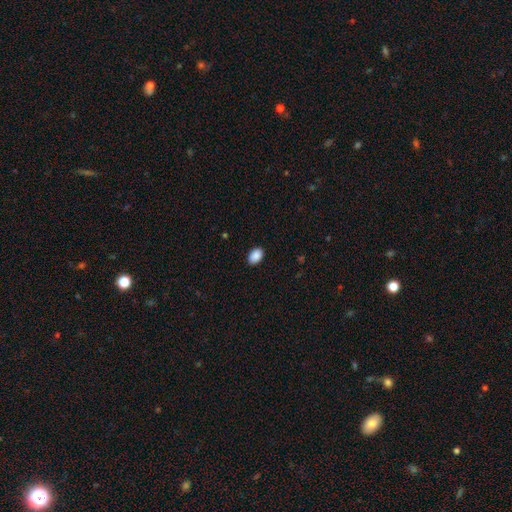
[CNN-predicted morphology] Smooth or featured? Predicted: smooth (p=0.90). How rounded? Predicted: in between (p=0.88). Merging? Predicted: none (p=0.89).